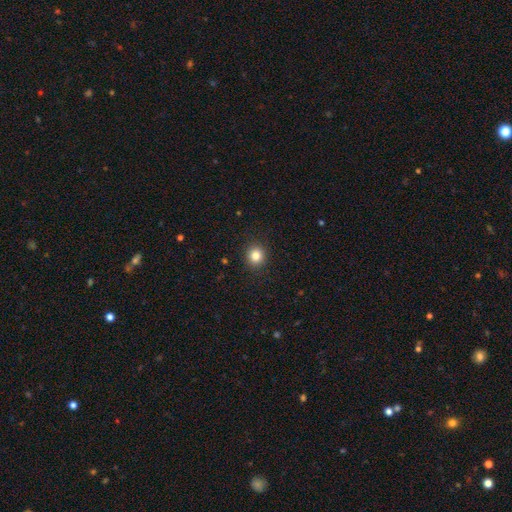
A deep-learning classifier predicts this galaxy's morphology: This appears to be a smooth galaxy with no disk features (84%) that is round (87%). Merging: none (91%).